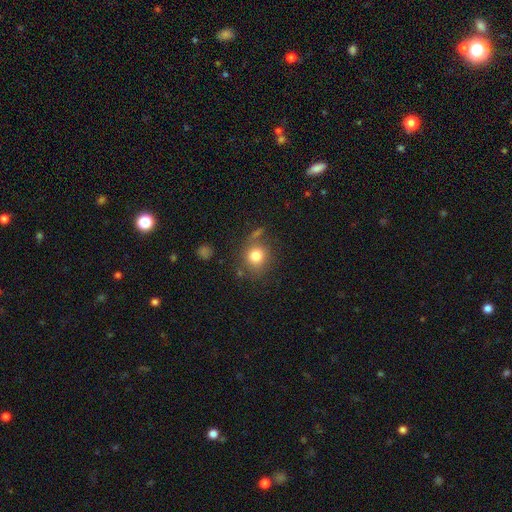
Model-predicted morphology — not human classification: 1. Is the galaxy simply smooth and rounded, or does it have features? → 79% smooth, 11% star or artifact, 10% featured or disk.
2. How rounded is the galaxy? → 81% round, 18% in between, 1% cigar-shaped.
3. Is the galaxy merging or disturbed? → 70% none, 15% minor disturbance, 8% merger, 6% major disturbance.